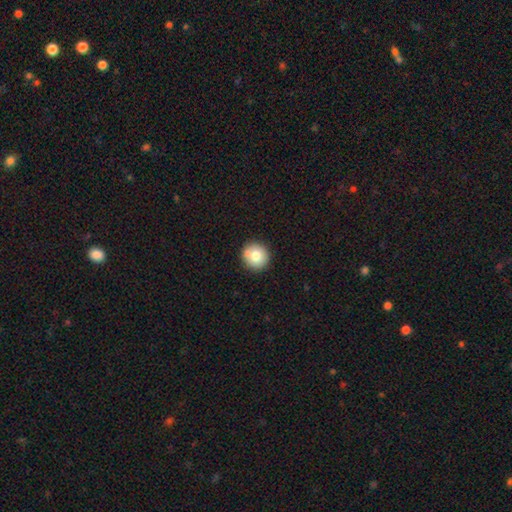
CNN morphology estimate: A smooth galaxy with no disk features (75%) that is round (92%).

Vote fractions:
- Smooth or featured? smooth: 75% / featured or disk: 15% / star or artifact: 9%
- How rounded? round: 92% / in between: 7% / cigar-shaped: 1%
- Merging? none: 80% / minor disturbance: 11% / merger: 7% / major disturbance: 3%